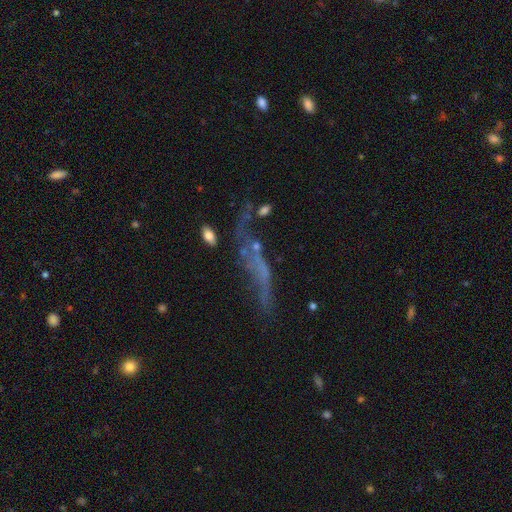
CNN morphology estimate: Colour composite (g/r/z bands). It shows a featured or disk galaxy (52%). Merging: none (34%, tied with major disturbance).